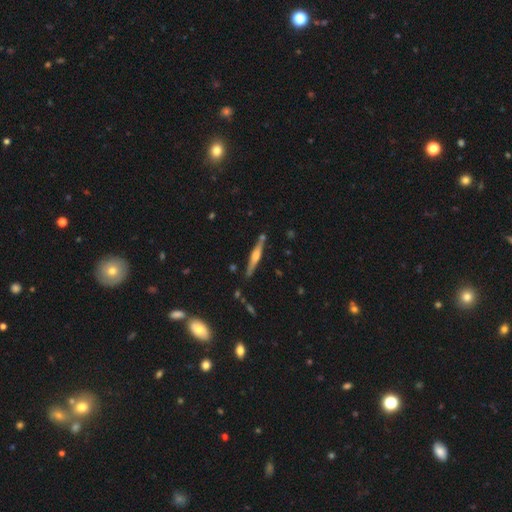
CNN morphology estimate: The model was most divided on "smooth or featured": featured or disk: 68%, smooth: 26%, star or artifact: 6%. More confident: edge-on disk — yes (97%); merging — none (84%); edge-on bulge — rounded (76%).